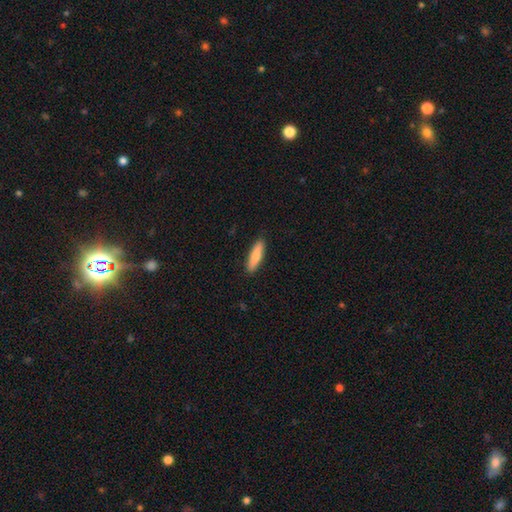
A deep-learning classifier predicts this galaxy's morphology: The model was most divided on "how rounded": cigar-shaped: 72%, in between: 27%, round: 2%. More confident: merging — none (90%); smooth or featured — smooth (83%).